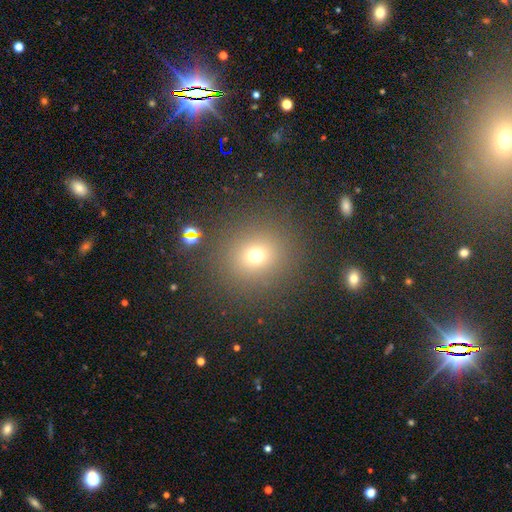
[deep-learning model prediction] Smooth or featured: smooth — 69% (star or artifact — 23%)
How rounded: round — 89% (in between — 10%)
Merging: none — 86% (minor disturbance — 7%)